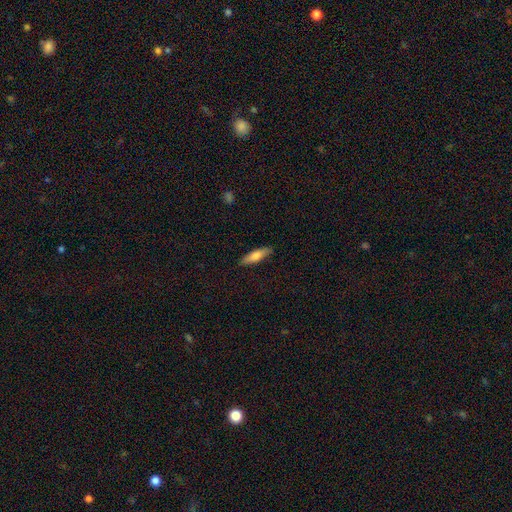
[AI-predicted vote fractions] Smooth or featured? smooth (66%)
How rounded? cigar-shaped (69%)
Merging? none (88%)